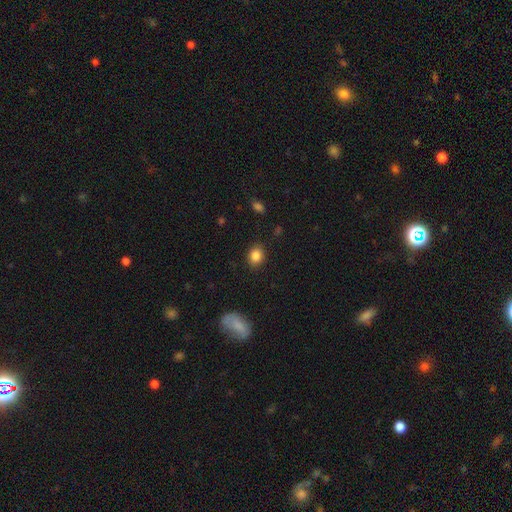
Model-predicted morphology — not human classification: Q: Smooth or featured?
A: smooth (86%); runner-up: star or artifact (10%)
Q: How rounded?
A: round (55%); runner-up: in between (44%)
Q: Merging?
A: none (87%); runner-up: minor disturbance (9%)